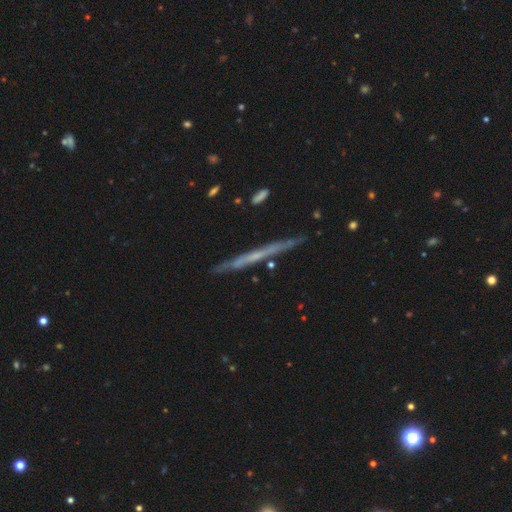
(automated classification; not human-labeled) The model was most divided on "smooth or featured": featured or disk: 60%, smooth: 33%, star or artifact: 7%. More confident: edge-on disk — yes (95%); edge-on bulge — none (86%); merging — none (86%).